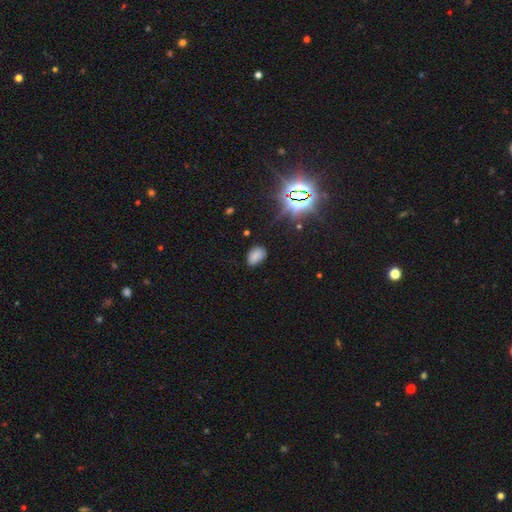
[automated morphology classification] smooth 73%, star or artifact 20%, featured or disk 7%. Down the decision tree: how rounded — in between (88%); merging — none (77%).